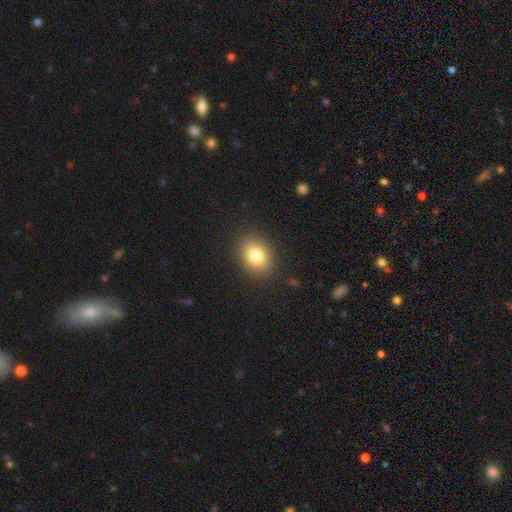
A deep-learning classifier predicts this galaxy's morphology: A smooth galaxy with no disk features (82%) that is in between round and cigar-shaped (63%). Merging: none (88%).